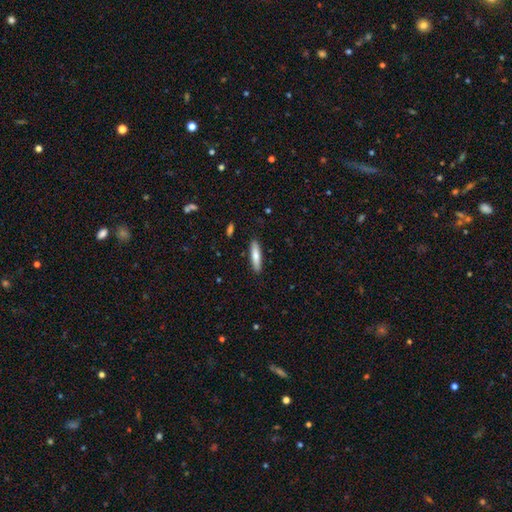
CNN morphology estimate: smooth 73%, featured or disk 21%, star or artifact 6%. Down the decision tree: how rounded — cigar-shaped (76%); merging — none (89%).